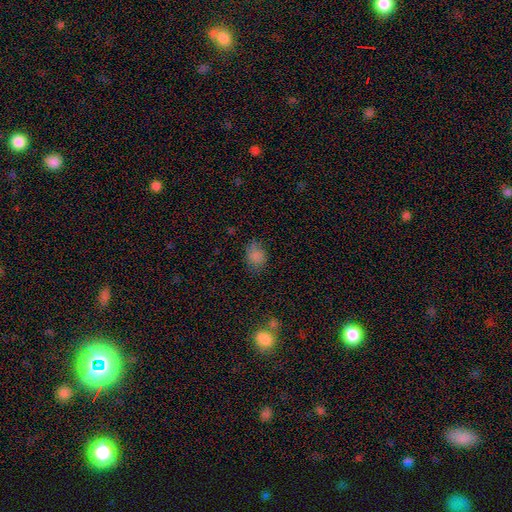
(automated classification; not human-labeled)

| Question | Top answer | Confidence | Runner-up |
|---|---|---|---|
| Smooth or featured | smooth | 78% | star or artifact (15%) |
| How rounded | in between | 59% | round (40%) |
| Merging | none | 67% | minor disturbance (24%) |